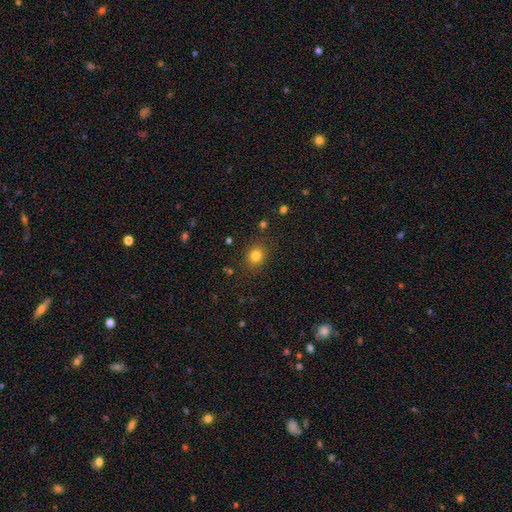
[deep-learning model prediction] This appears to be a smooth galaxy with no disk features (81%) that is round (75%). Merging: none (85%).